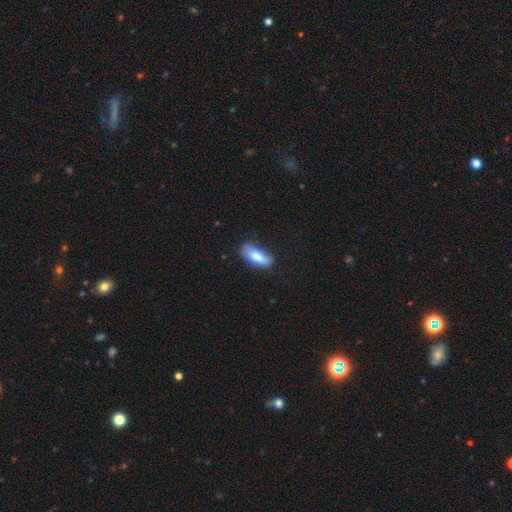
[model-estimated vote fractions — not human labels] smooth 78%, featured or disk 15%, star or artifact 7%. Down the decision tree: how rounded — in between (74%); merging — none (65%).